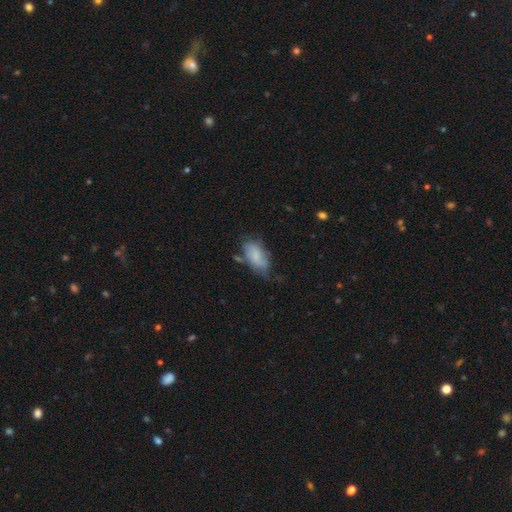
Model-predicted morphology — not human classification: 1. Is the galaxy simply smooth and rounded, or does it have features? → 70% smooth, 23% featured or disk, 8% star or artifact.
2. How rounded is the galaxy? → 92% in between, 4% round, 4% cigar-shaped.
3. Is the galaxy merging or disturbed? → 42% none, 35% minor disturbance, 16% major disturbance, 6% merger.